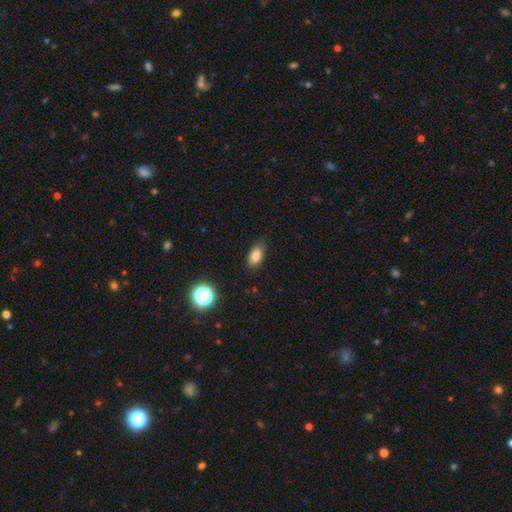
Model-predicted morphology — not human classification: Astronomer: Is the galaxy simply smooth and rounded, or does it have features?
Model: smooth — 83%.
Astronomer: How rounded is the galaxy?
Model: in between — 89%.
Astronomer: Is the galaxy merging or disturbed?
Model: none — 77%.